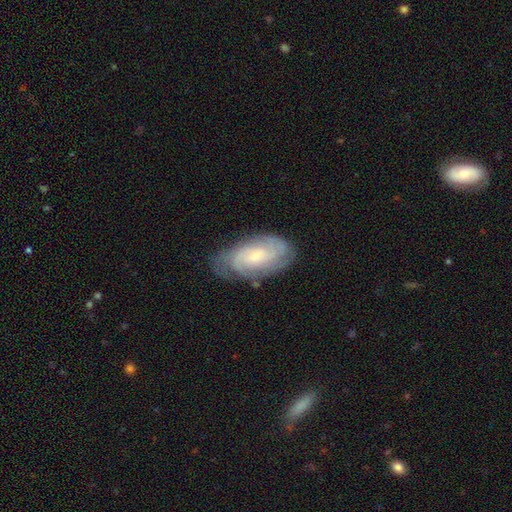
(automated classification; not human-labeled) featured or disk 76%, smooth 18%, star or artifact 6%. Down the decision tree: edge-on disk — no (95%); bar — no (62%); spiral arms — yes (94%); spiral arm count — can't tell (35%); spiral winding — tight (61%); bulge size — small (66%); merging — none (73%).